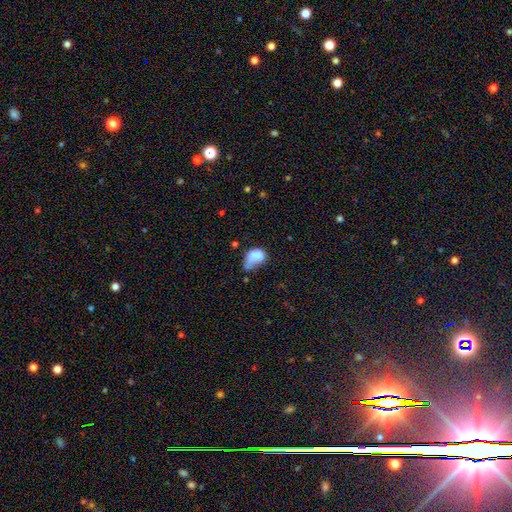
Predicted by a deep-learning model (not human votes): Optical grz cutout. It shows a smooth galaxy with no disk features (73%) that is in between round and cigar-shaped (74%). Merging: major disturbance (31%).